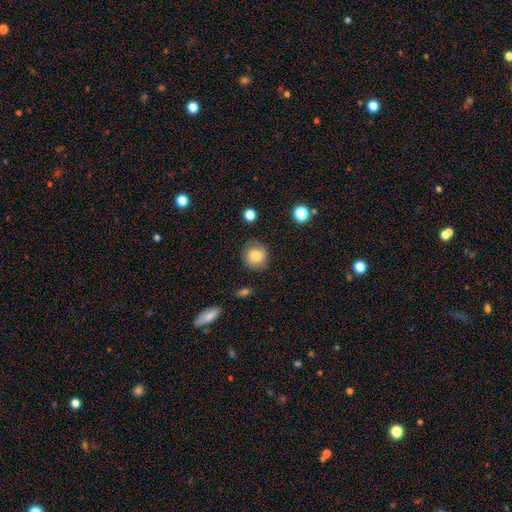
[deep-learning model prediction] Smooth or featured? smooth (73%)
How rounded? round (87%)
Merging? none (78%)